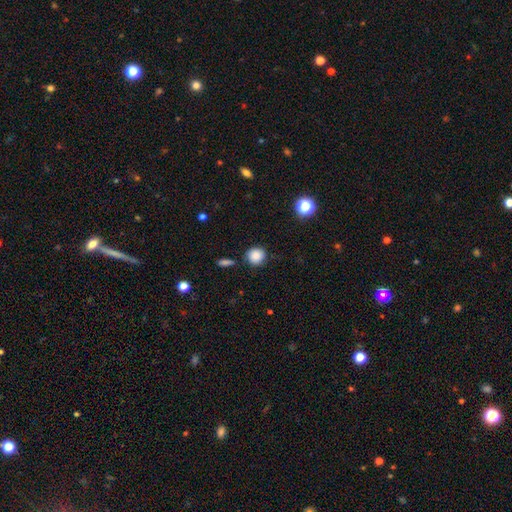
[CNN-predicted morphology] smooth_or_featured: smooth (p=0.86) [alt: star or artifact p=0.10]
how_rounded: round (p=0.89) [alt: in between p=0.10]
merging: none (p=0.80) [alt: minor disturbance p=0.13]